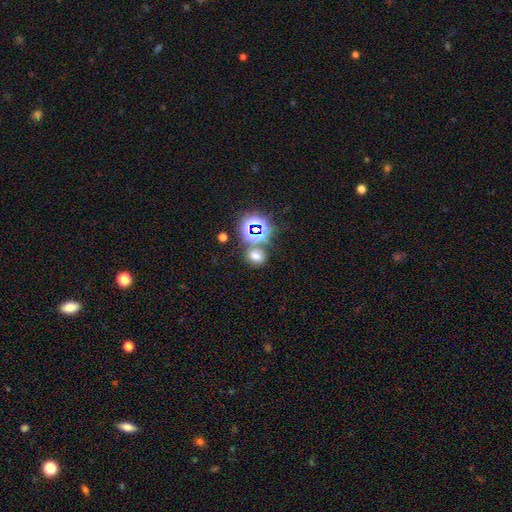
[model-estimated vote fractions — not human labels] Overall: smooth (62%; star or artifact 30%). How rounded: round (52%; in between 47%). Merging: none (66%).